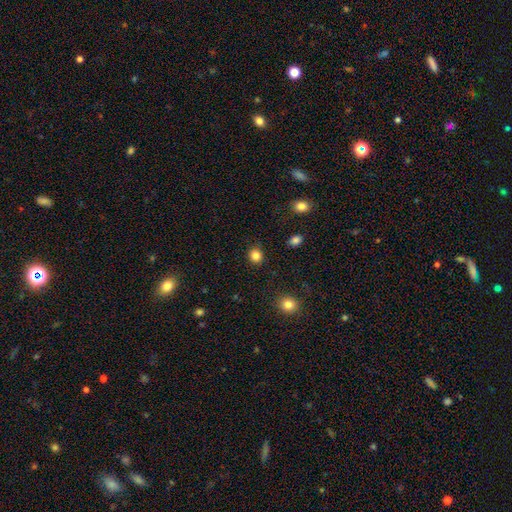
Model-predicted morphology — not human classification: type=smooth (85%); roundness=round (80%); merging=none (89%).